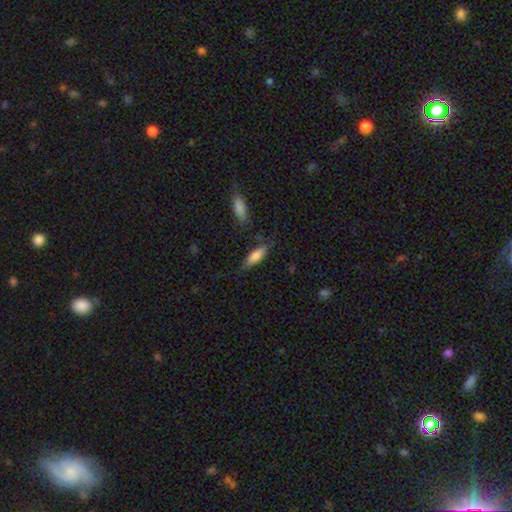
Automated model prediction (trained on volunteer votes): The model was most divided on "how rounded": in between: 55%, cigar-shaped: 43%, round: 2%. More confident: smooth or featured — smooth (78%); merging — none (71%).